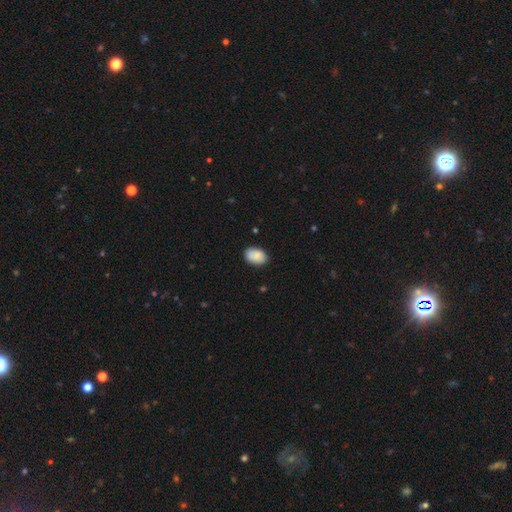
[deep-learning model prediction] smooth_or_featured: smooth (p=0.83) [alt: featured or disk p=0.10]
how_rounded: in between (p=0.83) [alt: round p=0.16]
merging: none (p=0.80) [alt: minor disturbance p=0.15]